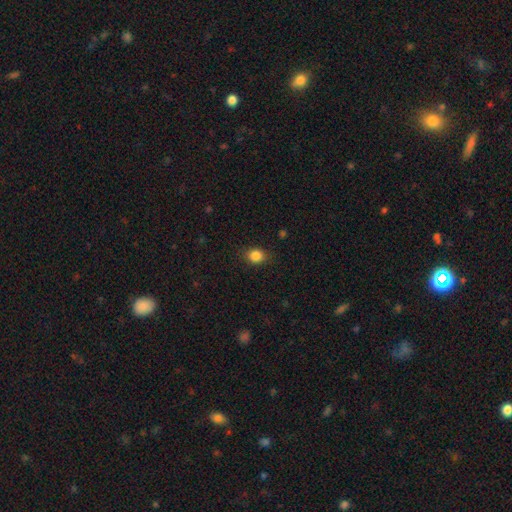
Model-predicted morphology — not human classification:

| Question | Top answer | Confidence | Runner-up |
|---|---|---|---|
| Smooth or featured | smooth | 86% | star or artifact (10%) |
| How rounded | round | 60% | in between (39%) |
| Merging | none | 85% | minor disturbance (11%) |